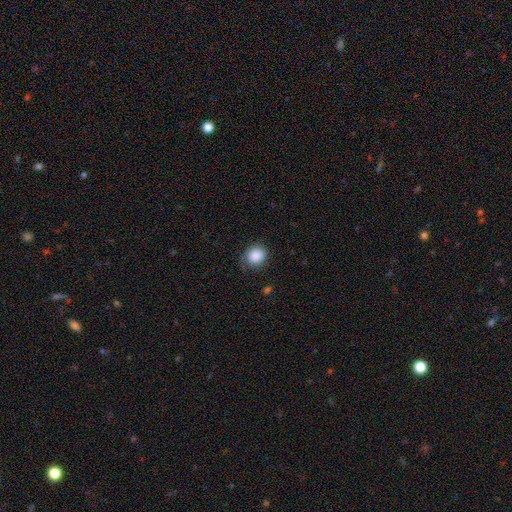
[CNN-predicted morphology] Q: Smooth or featured?
A: smooth (87%); runner-up: star or artifact (8%)
Q: How rounded?
A: round (75%); runner-up: in between (25%)
Q: Merging?
A: none (69%); runner-up: minor disturbance (23%)